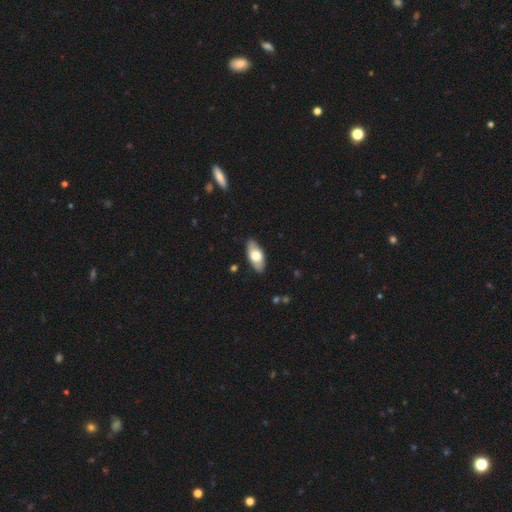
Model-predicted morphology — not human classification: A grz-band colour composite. It shows a smooth galaxy with no disk features (63%) that is in between round and cigar-shaped (88%). Merging: none (87%).